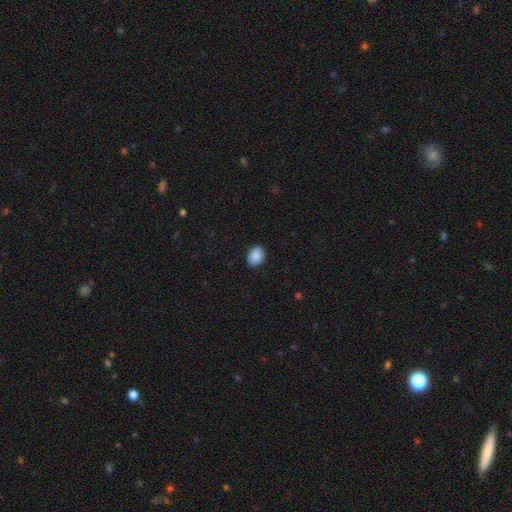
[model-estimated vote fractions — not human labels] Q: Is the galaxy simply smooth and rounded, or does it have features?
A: smooth — 89%.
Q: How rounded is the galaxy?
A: in between — 76%.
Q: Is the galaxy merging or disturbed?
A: none — 89%.